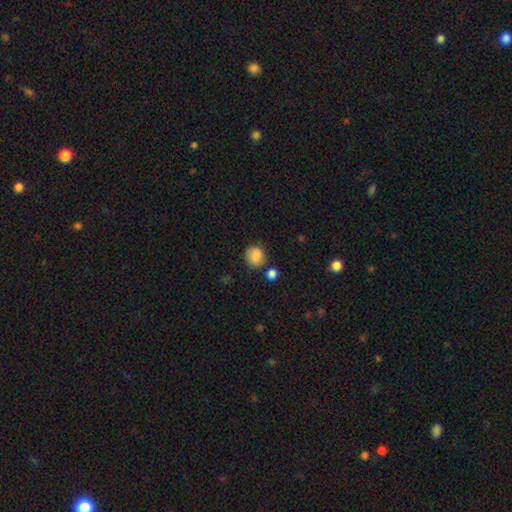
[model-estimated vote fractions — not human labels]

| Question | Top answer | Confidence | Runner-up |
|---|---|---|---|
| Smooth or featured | smooth | 81% | star or artifact (10%) |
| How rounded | round | 76% | in between (23%) |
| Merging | none | 73% | minor disturbance (15%) |